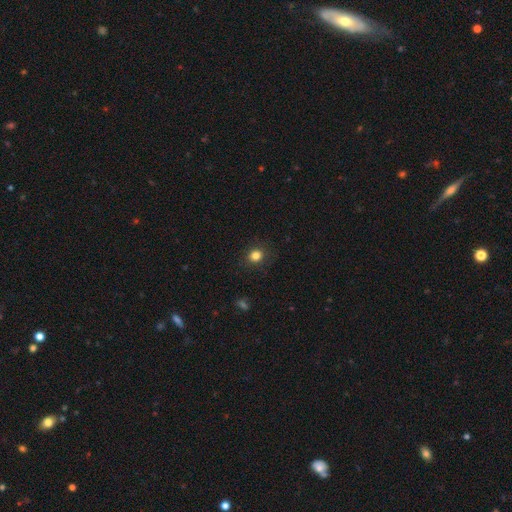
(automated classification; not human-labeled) Smooth or featured?
  - smooth: 83% *
  - star or artifact: 12%
  - featured or disk: 5%
How rounded?
  - round: 81% *
  - in between: 18%
  - cigar-shaped: 1%
Merging?
  - none: 87% *
  - minor disturbance: 9%
  - major disturbance: 3%
  - merger: 1%